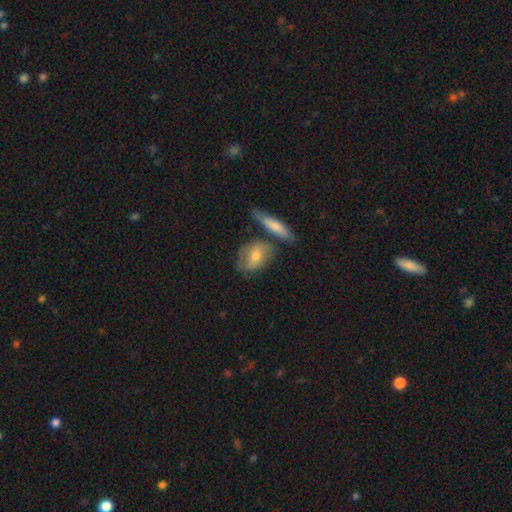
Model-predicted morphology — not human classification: This appears to be a smooth galaxy with no disk features (58%) that is in between round and cigar-shaped (64%). Merging: none (56%).